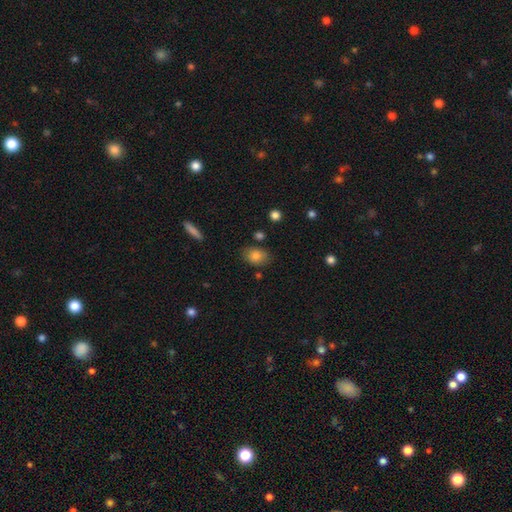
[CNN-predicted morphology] Q: Smooth or featured?
A: smooth (82%); runner-up: featured or disk (9%)
Q: How rounded?
A: in between (78%); runner-up: round (21%)
Q: Merging?
A: none (77%); runner-up: minor disturbance (15%)